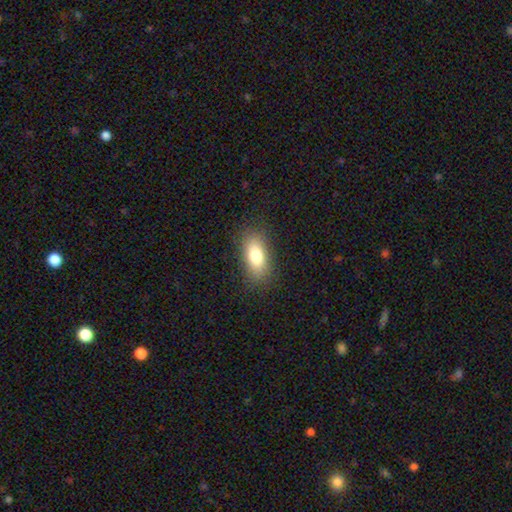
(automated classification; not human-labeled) Q: Smooth or featured?
A: smooth (79%); runner-up: featured or disk (13%)
Q: How rounded?
A: in between (85%); runner-up: cigar-shaped (10%)
Q: Merging?
A: none (85%); runner-up: minor disturbance (10%)